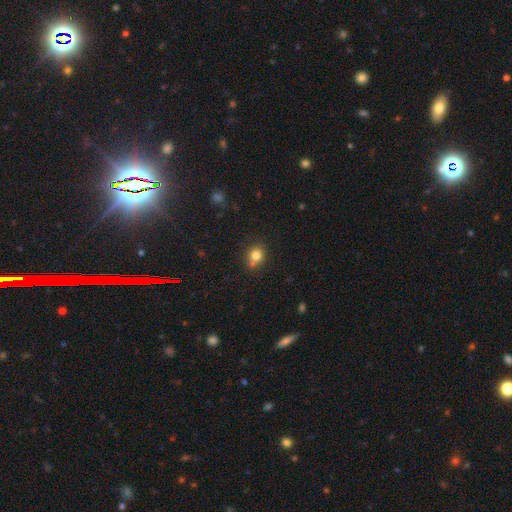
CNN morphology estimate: smooth_or_featured: smooth (p=0.79) [alt: star or artifact p=0.12]
how_rounded: round (p=0.79) [alt: in between p=0.20]
merging: none (p=0.65) [alt: merger p=0.19]